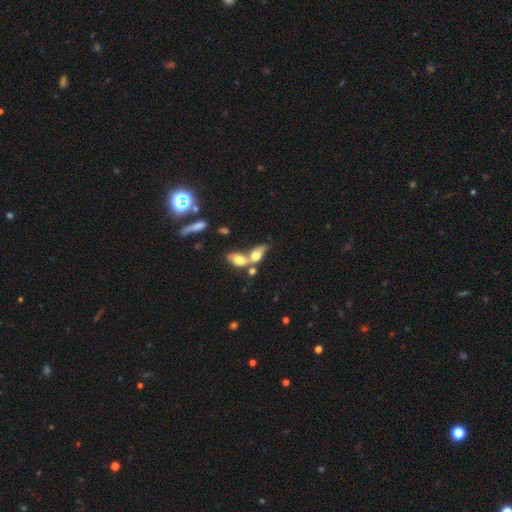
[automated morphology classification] A smooth galaxy with no disk features (66%) that is in between round and cigar-shaped (79%).

Vote fractions:
- Smooth or featured? smooth: 66% / featured or disk: 25% / star or artifact: 9%
- How rounded? in between: 79% / round: 11% / cigar-shaped: 10%
- Merging? merger: 73% / none: 16% / minor disturbance: 6% / major disturbance: 5%